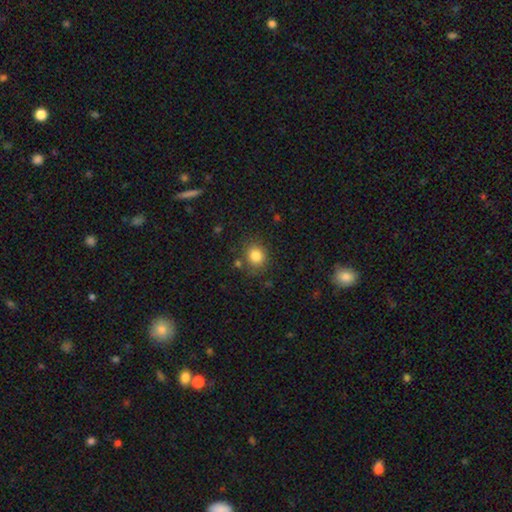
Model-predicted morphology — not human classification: Smooth or featured? smooth (83%)
How rounded? round (79%)
Merging? none (81%)